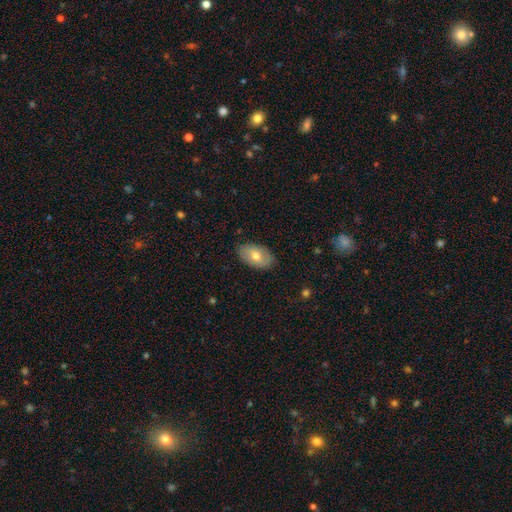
smooth_or_featured: smooth (p=0.54) [alt: featured or disk p=0.43]
how_rounded: in between (p=0.85) [alt: round p=0.15]
merging: none (p=0.86) [alt: minor disturbance p=0.14]